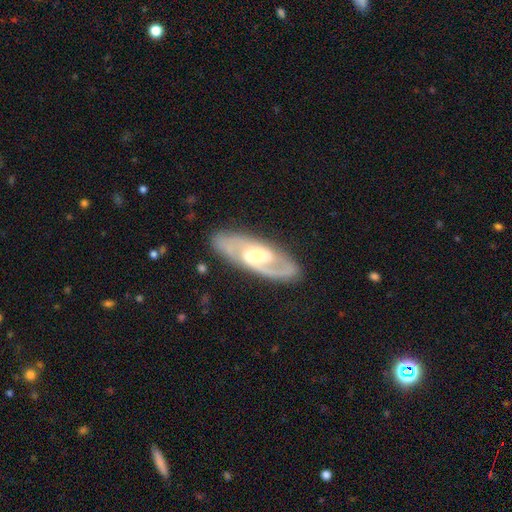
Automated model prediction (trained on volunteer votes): A featured or disk galaxy (83%) with a weak bar (47%), 2 (85%) medium (51%) spiral arms (91%) and a moderate central bulge (55%).

Vote fractions:
- Smooth or featured? featured or disk: 83% / smooth: 12% / star or artifact: 5%
- Edge-on disk? no: 90% / yes: 10%
- Bar? weak: 47% / no: 28% / strong: 24%
- Spiral arms? yes: 91% / no: 9%
- Spiral winding? medium: 51% / tight: 32% / loose: 17%
- Spiral arm count? 2: 85% / can't tell: 8% / 1: 4% / 3: 2% / 4: 1% / more than 4: 1%
- Bulge size? moderate: 55% / large: 22% / small: 18% / none: 3% / dominant: 2%
- Merging? none: 82% / minor disturbance: 12% / major disturbance: 4% / merger: 1%